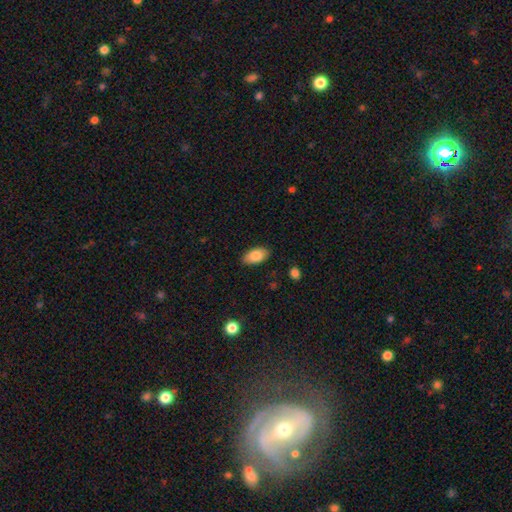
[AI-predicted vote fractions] A smooth galaxy with no disk features (85%) that is in between round and cigar-shaped (93%). Merging: none (86%).